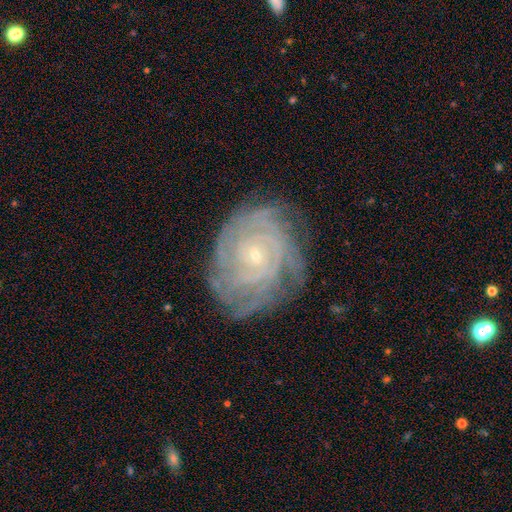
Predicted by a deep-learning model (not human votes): Smooth or featured?
  - featured or disk: 86% *
  - smooth: 8%
  - star or artifact: 7%
Edge-on disk?
  - no: 97% *
  - yes: 3%
Bar?
  - no: 75% *
  - weak: 20%
  - strong: 5%
Spiral arms?
  - yes: 96% *
  - no: 4%
Spiral winding?
  - tight: 81% *
  - medium: 16%
  - loose: 3%
Spiral arm count?
  - can't tell: 33% *
  - 4: 21%
  - 3: 15%
  - more than 4: 12%
  - 2: 12%
  - 1: 7%
Bulge size?
  - small: 84% *
  - moderate: 13%
  - none: 1%
  - large: 1%
  - dominant: 1%
Merging?
  - none: 73% *
  - minor disturbance: 19%
  - major disturbance: 7%
  - merger: 1%